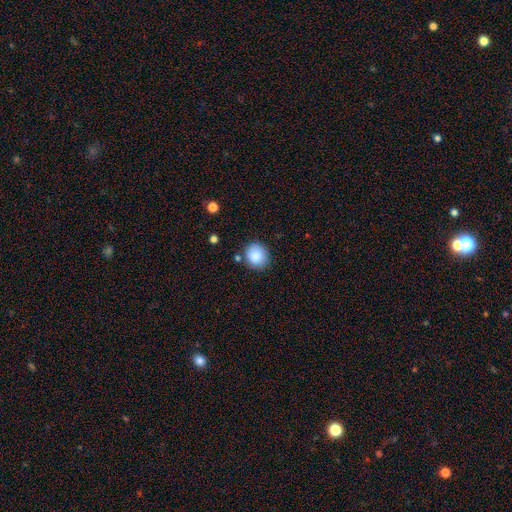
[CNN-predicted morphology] Smooth or featured? Predicted: smooth (p=0.87). How rounded? Predicted: round (p=0.75). Merging? Predicted: none (p=0.81).